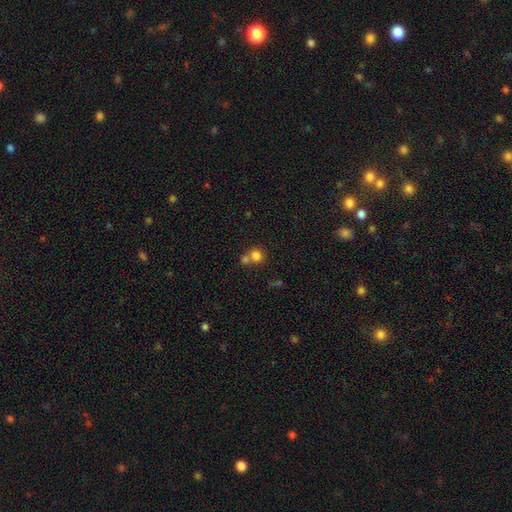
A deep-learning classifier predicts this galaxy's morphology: A smooth galaxy with no disk features (80%) that is round (83%).

Vote fractions:
- Smooth or featured? smooth: 80% / star or artifact: 12% / featured or disk: 8%
- How rounded? round: 83% / in between: 16% / cigar-shaped: 1%
- Merging? none: 46% / merger: 44% / minor disturbance: 7% / major disturbance: 3%